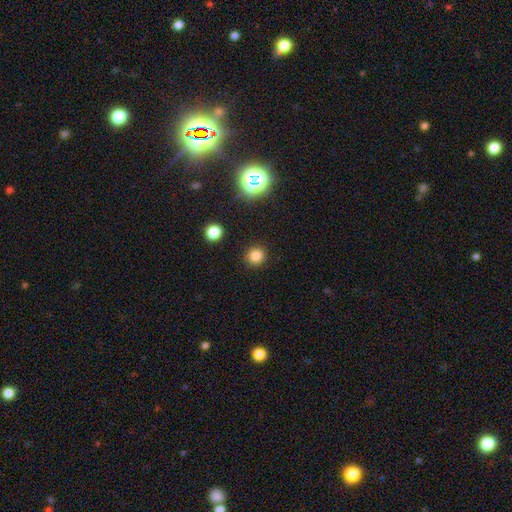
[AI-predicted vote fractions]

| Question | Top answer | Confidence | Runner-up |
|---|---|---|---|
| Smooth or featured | smooth | 80% | star or artifact (16%) |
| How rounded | round | 90% | in between (9%) |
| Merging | none | 90% | minor disturbance (6%) |